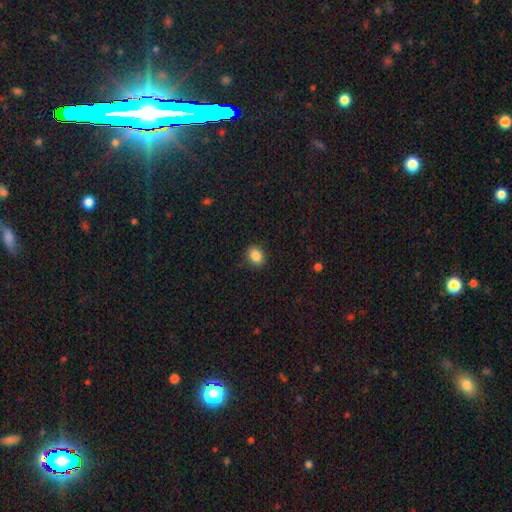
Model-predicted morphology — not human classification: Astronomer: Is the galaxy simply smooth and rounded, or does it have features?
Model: smooth — 87%.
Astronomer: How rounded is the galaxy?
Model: round — 50% (runner-up: in between, 49%).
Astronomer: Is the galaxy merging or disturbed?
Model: none — 87%.